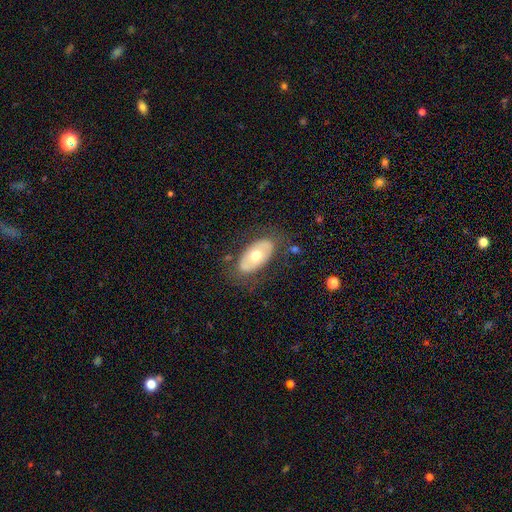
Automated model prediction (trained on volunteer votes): The model was most divided on "smooth or featured": smooth: 52%, featured or disk: 42%, star or artifact: 6%. More confident: how rounded — in between (93%); merging — none (77%).